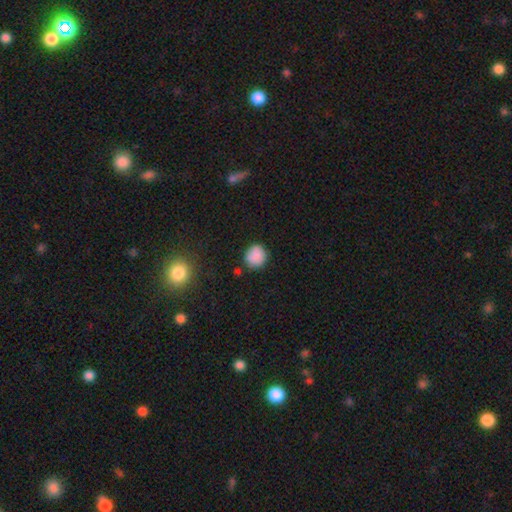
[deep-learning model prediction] Smooth or featured? Predicted: smooth (p=0.87). How rounded? Predicted: round (p=0.81). Merging? Predicted: none (p=0.81).